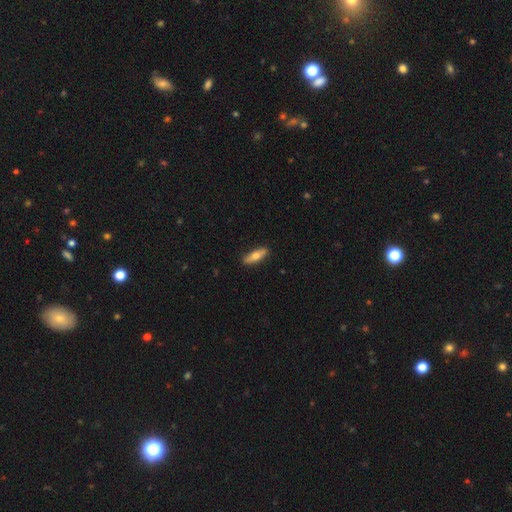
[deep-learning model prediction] Morphology: type=smooth (60%); roundness=cigar-shaped (55%); merging=none (88%).